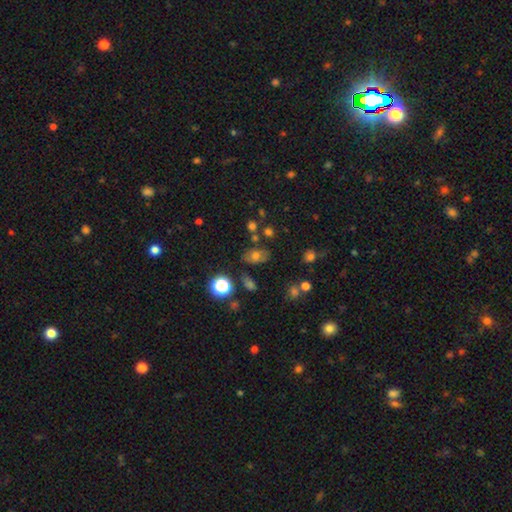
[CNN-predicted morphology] type=smooth (63%); roundness=in between (76%); merging=none (67%).